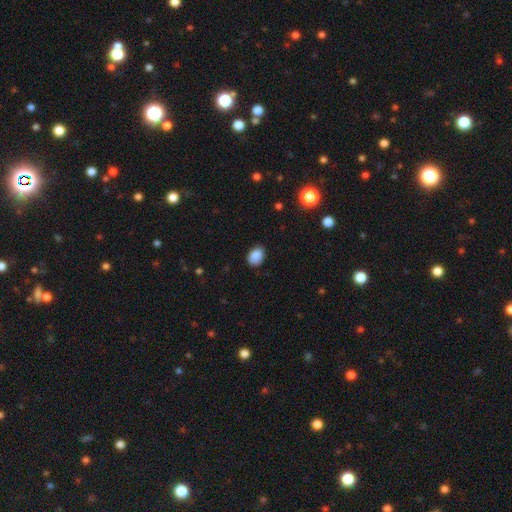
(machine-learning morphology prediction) smooth 87%, star or artifact 8%, featured or disk 5%. Down the decision tree: how rounded — in between (74%); merging — none (81%).